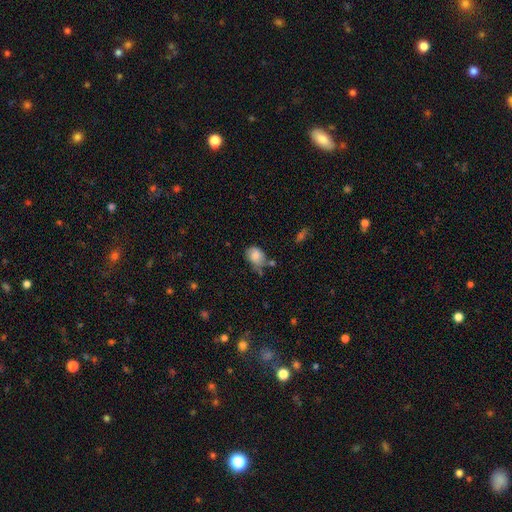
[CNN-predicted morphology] smooth_or_featured: smooth (p=0.75) [alt: featured or disk p=0.16]
how_rounded: in between (p=0.68) [alt: round p=0.31]
merging: none (p=0.45) [alt: minor disturbance p=0.35]